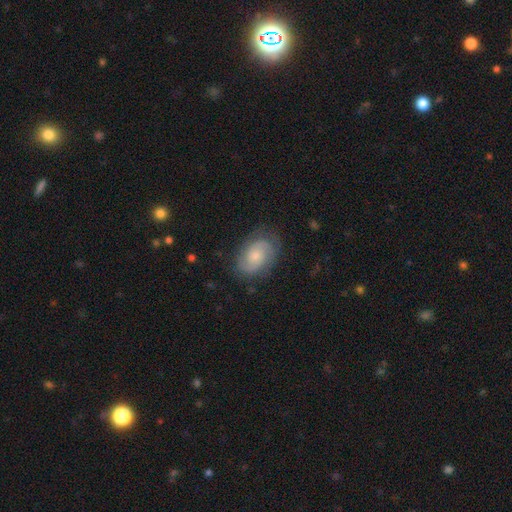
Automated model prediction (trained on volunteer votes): featured or disk 68%, smooth 25%, star or artifact 7%. Down the decision tree: edge-on disk — no (97%); bar — no (69%); spiral arms — yes (92%); spiral arm count — 2 (76%); spiral winding — tight (44%); bulge size — small (51%); merging — none (76%).